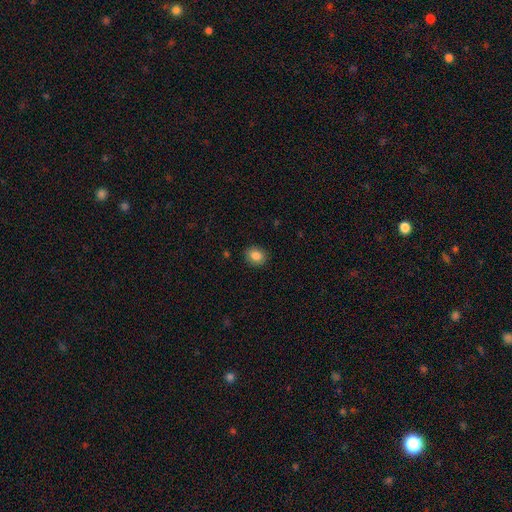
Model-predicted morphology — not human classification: The model was most divided on "how rounded": round: 61%, in between: 38%, cigar-shaped: 1%. More confident: merging — none (88%); smooth or featured — smooth (86%).